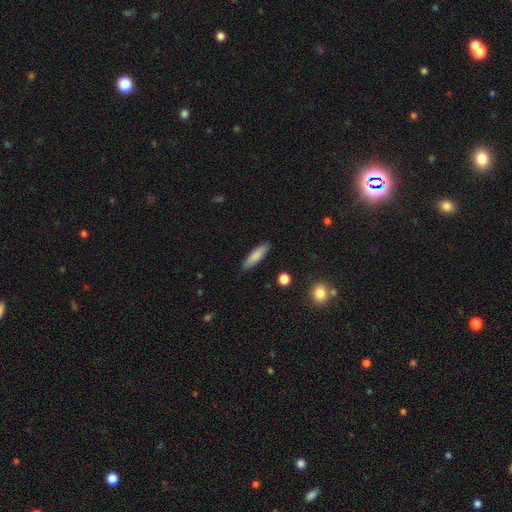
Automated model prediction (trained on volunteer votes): smooth-or-featured: smooth: 82% | featured or disk: 11% | star or artifact: 6%
  how-rounded: cigar-shaped: 71% | in between: 27% | round: 2%
  merging: none: 89% | minor disturbance: 8% | major disturbance: 2% | merger: 1%